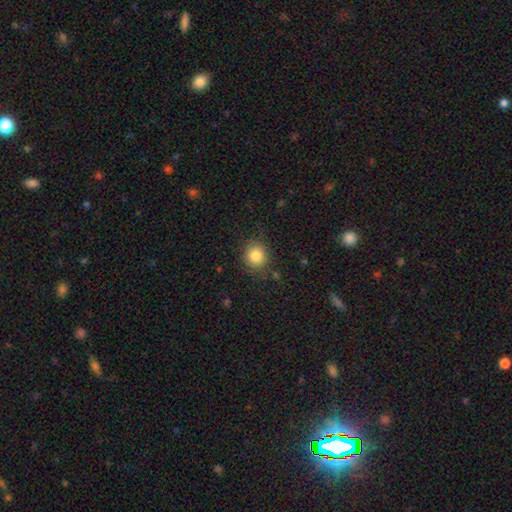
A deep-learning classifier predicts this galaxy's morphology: A smooth galaxy with no disk features (84%) that is round (82%).

Vote fractions:
- Smooth or featured? smooth: 84% / star or artifact: 10% / featured or disk: 6%
- How rounded? round: 82% / in between: 17% / cigar-shaped: 1%
- Merging? none: 82% / minor disturbance: 13% / major disturbance: 4% / merger: 2%